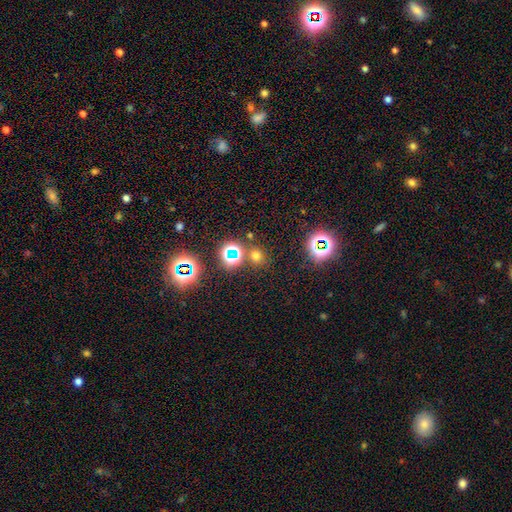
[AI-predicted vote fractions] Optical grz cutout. It shows a smooth galaxy with no disk features (60%) that is round (84%). Merging: none (80%).